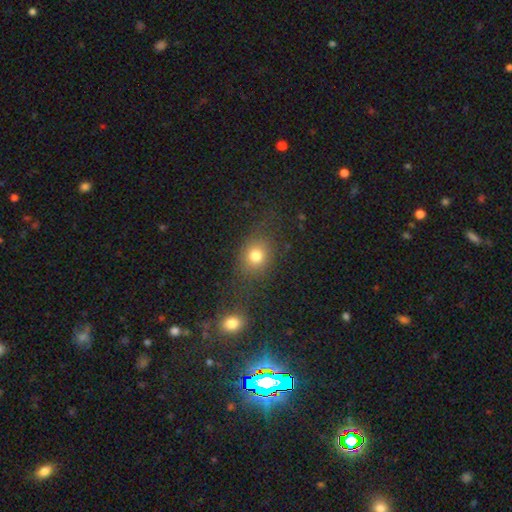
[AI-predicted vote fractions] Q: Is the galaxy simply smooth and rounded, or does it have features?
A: smooth — 75%.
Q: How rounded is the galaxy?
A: round — 61%.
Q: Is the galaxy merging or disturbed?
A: none — 68%.